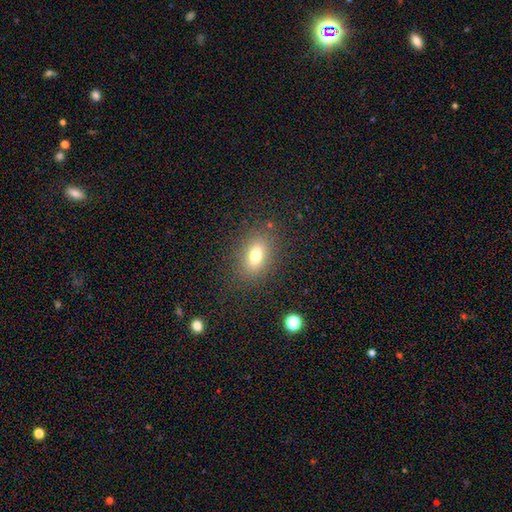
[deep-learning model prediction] This is likely a smooth galaxy (74%). How rounded: likely in between (79%). Merging: clearly none (83%).